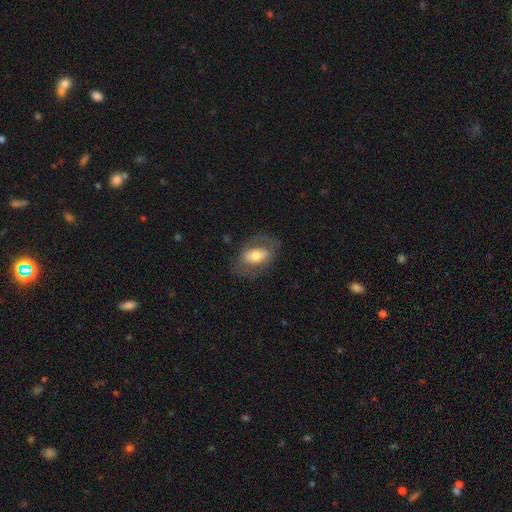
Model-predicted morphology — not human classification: The model was most divided on "smooth or featured": featured or disk: 47%, smooth: 46%, star or artifact: 7%. More confident: merging — none (71%).